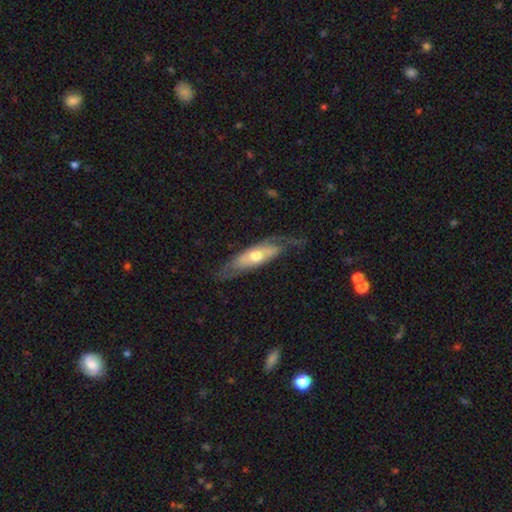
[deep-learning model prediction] A featured or disk galaxy (62%). Merging: none (61%).